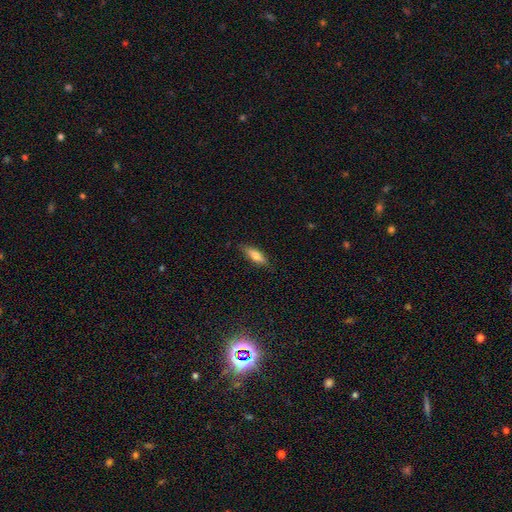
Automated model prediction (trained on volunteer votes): Smooth or featured: smooth — 73% (featured or disk — 21%)
How rounded: in between — 53% (cigar-shaped — 45%)
Merging: none — 80% (minor disturbance — 16%)